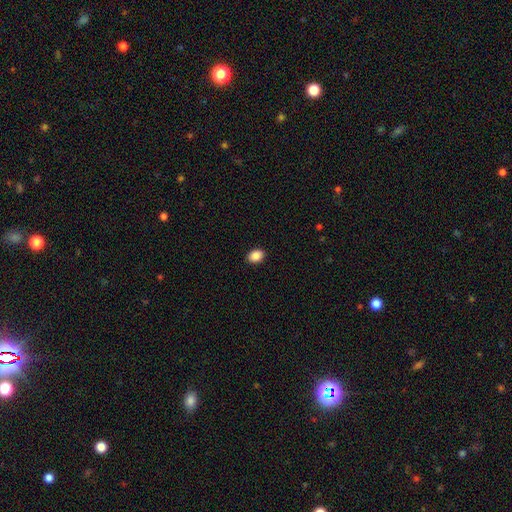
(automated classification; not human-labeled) This is clearly a smooth galaxy (88%). How rounded: likely in between (70%). Merging: clearly none (91%).